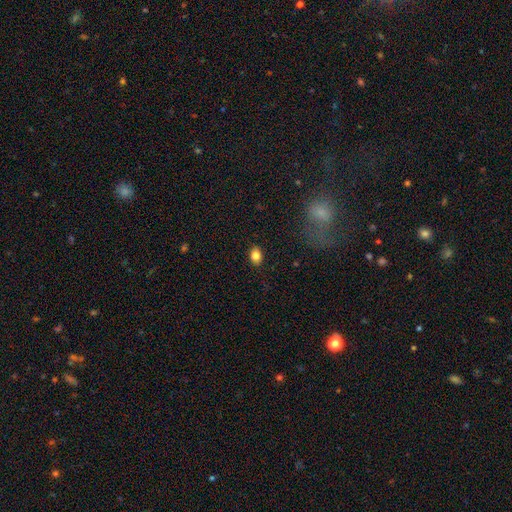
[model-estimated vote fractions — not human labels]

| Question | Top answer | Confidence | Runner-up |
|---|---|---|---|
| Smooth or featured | smooth | 82% | star or artifact (10%) |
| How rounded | in between | 70% | round (29%) |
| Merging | none | 87% | minor disturbance (9%) |